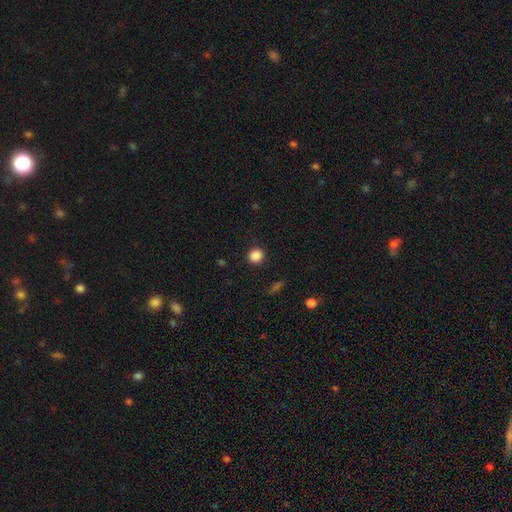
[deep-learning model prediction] Morphology: type=smooth (86%); roundness=round (91%); merging=none (91%).